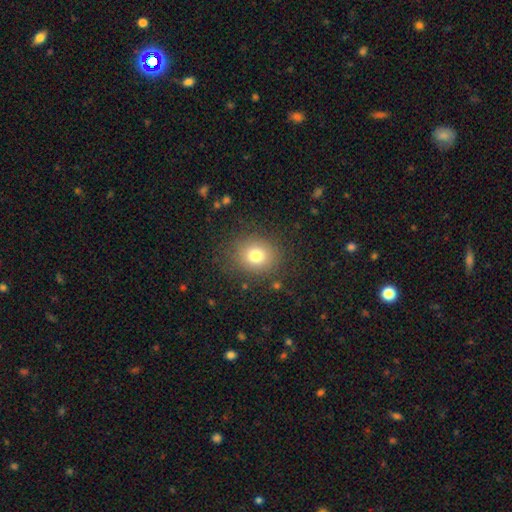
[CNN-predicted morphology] This is likely a smooth galaxy (77%). How rounded: likely round (70%). Merging: clearly none (85%).